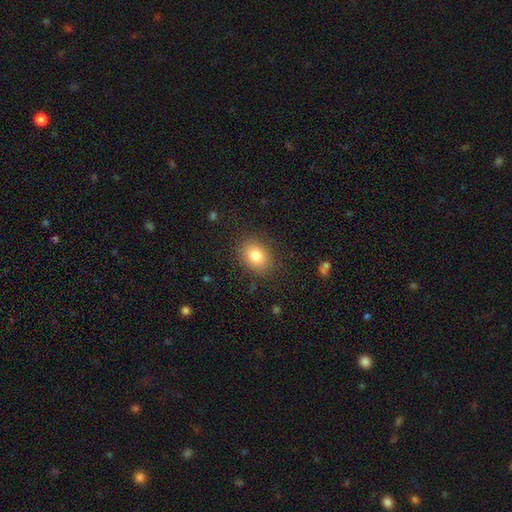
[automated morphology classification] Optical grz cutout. It shows a smooth galaxy with no disk features (81%) that is in between round and cigar-shaped (52%). Merging: none (86%).